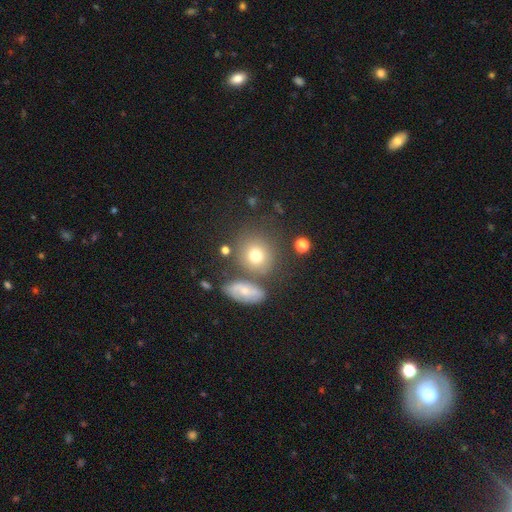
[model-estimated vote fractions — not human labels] Overall: smooth (74%). How rounded: round (80%). Merging: none (69%).